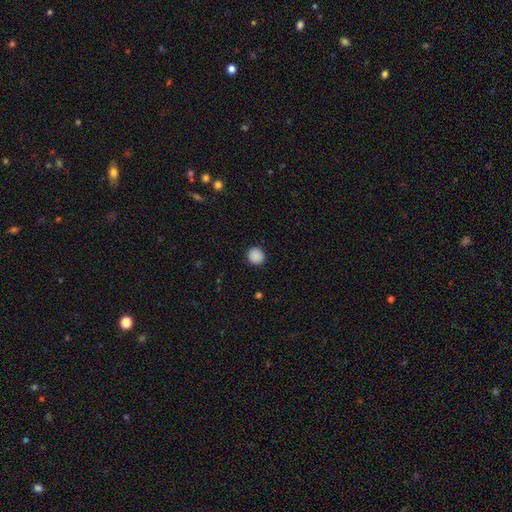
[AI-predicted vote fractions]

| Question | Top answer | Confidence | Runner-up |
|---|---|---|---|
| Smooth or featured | smooth | 89% | star or artifact (9%) |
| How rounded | round | 91% | in between (8%) |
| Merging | none | 92% | minor disturbance (6%) |